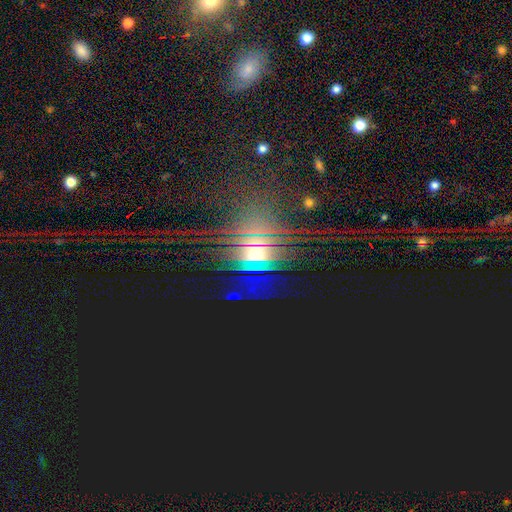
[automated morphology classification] Smooth or featured? star or artifact (58%)